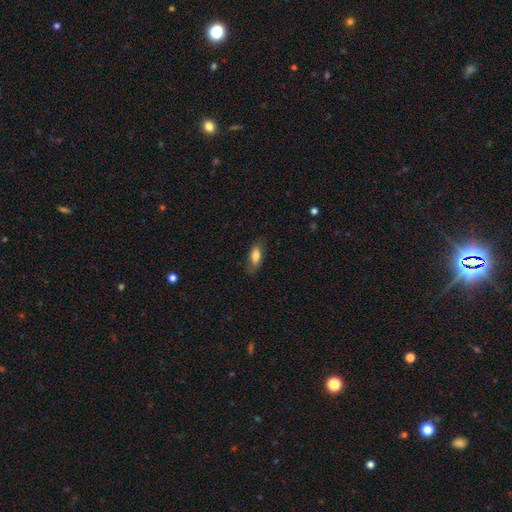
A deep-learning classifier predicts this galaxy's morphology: This is likely a smooth galaxy (76%). How rounded: likely in between (74%). Merging: likely none (75%).